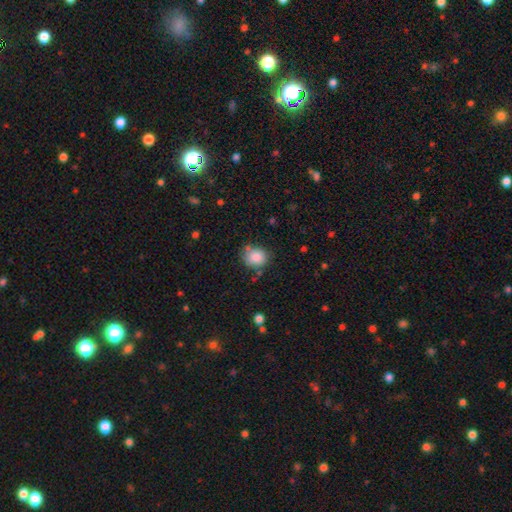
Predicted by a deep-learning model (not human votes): Smooth or featured?
  - smooth: 85% *
  - star or artifact: 9%
  - featured or disk: 6%
How rounded?
  - round: 72% *
  - in between: 27%
  - cigar-shaped: 1%
Merging?
  - none: 71% *
  - minor disturbance: 19%
  - merger: 6%
  - major disturbance: 5%